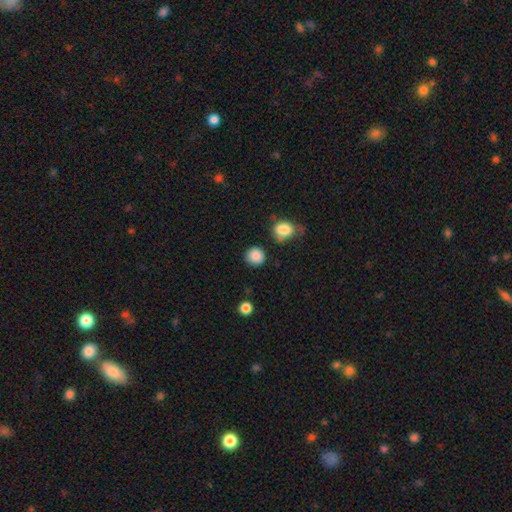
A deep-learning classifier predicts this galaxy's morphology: This is clearly a smooth galaxy (87%). How rounded: clearly round (91%). Merging: clearly none (85%).